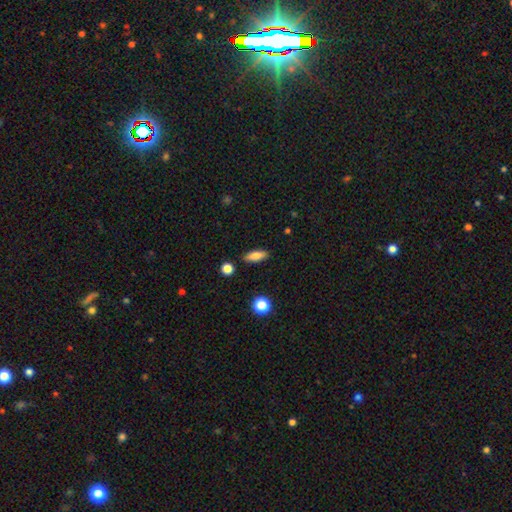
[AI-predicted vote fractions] This appears to be a smooth galaxy with no disk features (79%) that is in between round and cigar-shaped (66%). Merging: none (88%).